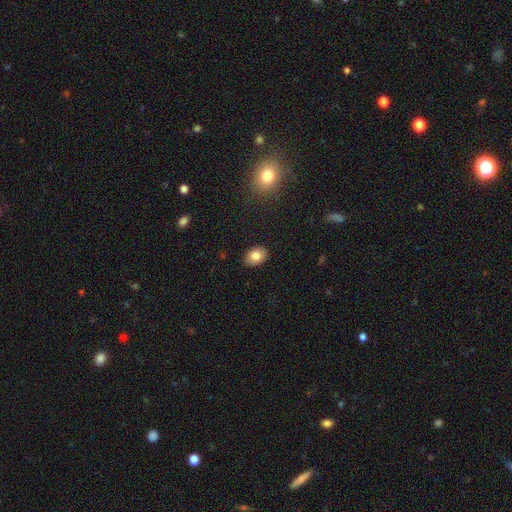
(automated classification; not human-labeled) smooth 82%, star or artifact 9%, featured or disk 9%. Down the decision tree: how rounded — in between (78%); merging — none (88%).